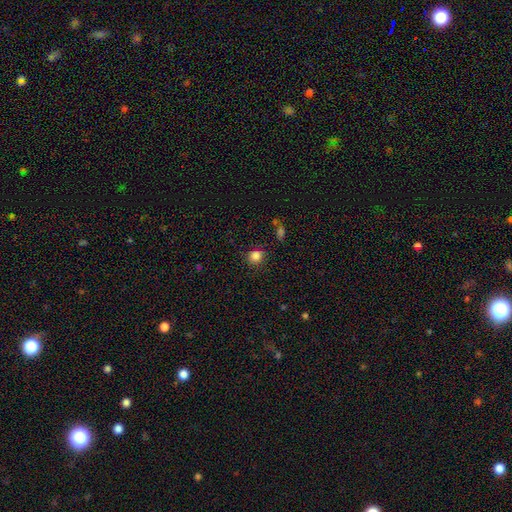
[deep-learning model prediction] Morphology: type=smooth (84%); roundness=round (81%); merging=none (85%).